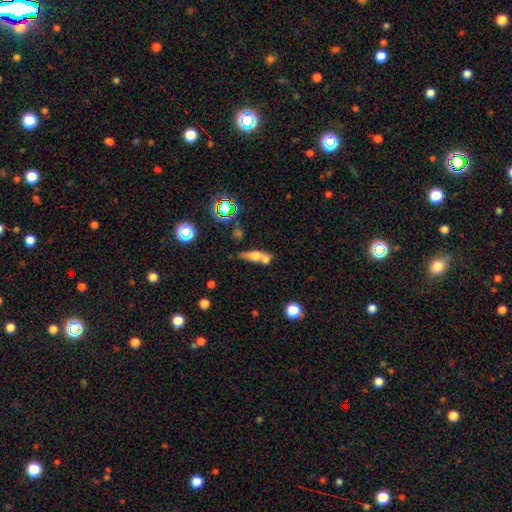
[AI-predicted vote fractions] Smooth or featured: smooth — 53% (featured or disk — 34%)
How rounded: in between — 44% (cigar-shaped — 43%)
Merging: merger — 46% (none — 36%)